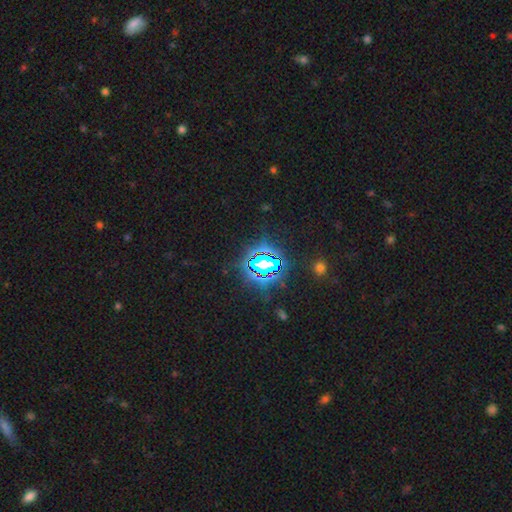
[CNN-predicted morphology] Smooth or featured? Predicted: star or artifact (p=0.82).